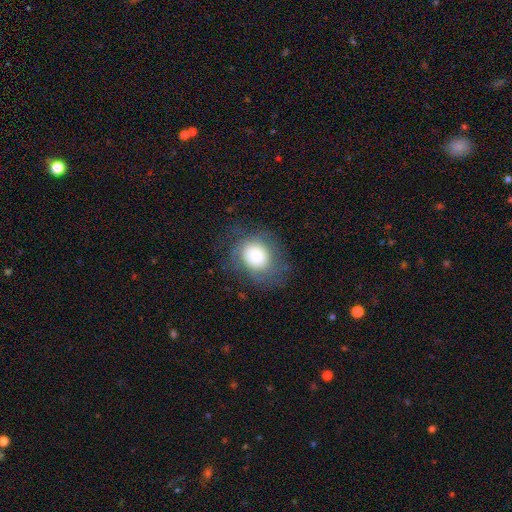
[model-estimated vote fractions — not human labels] This appears to be a smooth galaxy with no disk features (65%) that is round (64%). Merging: none (65%).